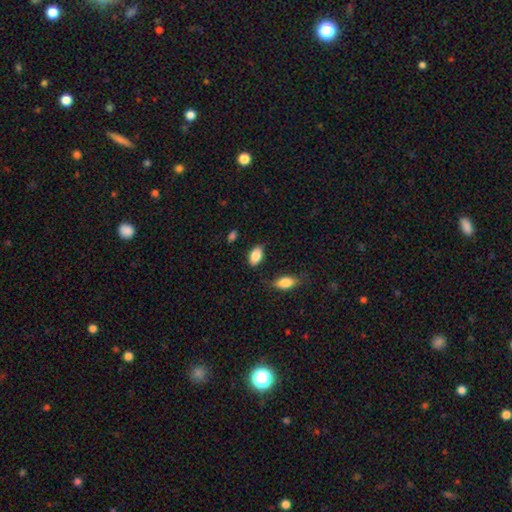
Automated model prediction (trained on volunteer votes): smooth 86%, star or artifact 7%, featured or disk 6%. Down the decision tree: how rounded — in between (91%); merging — none (79%).